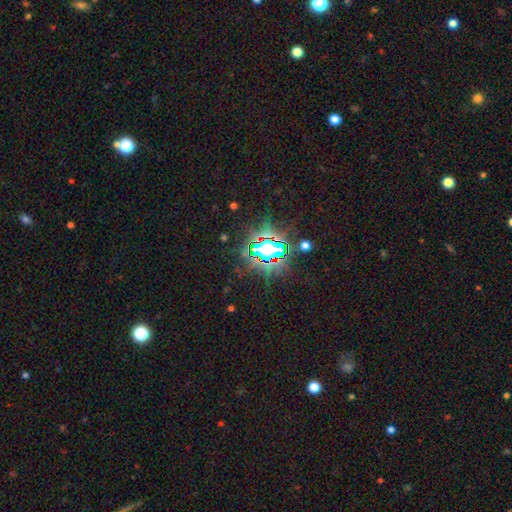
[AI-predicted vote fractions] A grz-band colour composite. It shows a star or artifact, not a galaxy (82%).